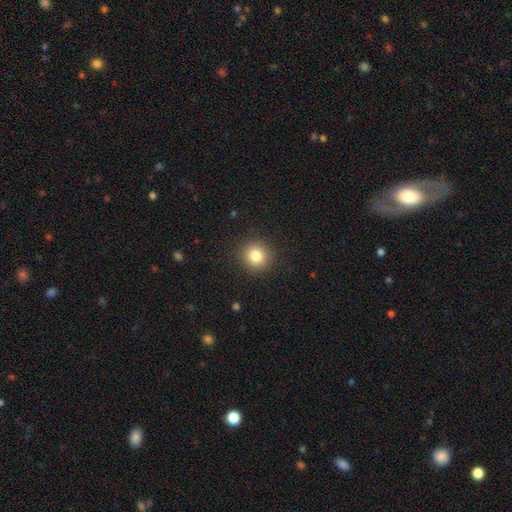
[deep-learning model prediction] Q: Smooth or featured?
A: smooth (83%); runner-up: star or artifact (11%)
Q: How rounded?
A: round (89%); runner-up: in between (10%)
Q: Merging?
A: none (90%); runner-up: minor disturbance (6%)